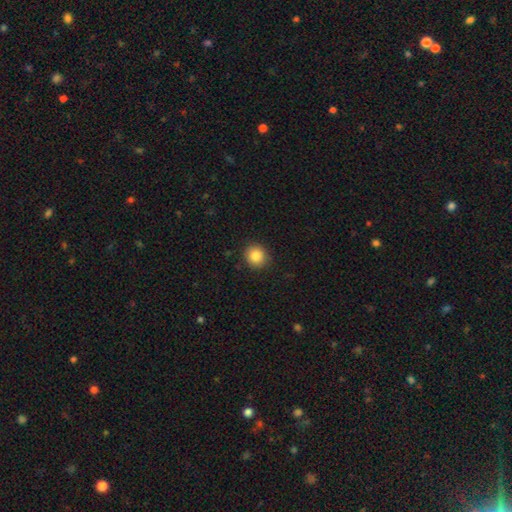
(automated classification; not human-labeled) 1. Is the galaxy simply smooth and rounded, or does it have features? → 85% smooth, 9% star or artifact, 5% featured or disk.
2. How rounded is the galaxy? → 88% round, 11% in between, 1% cigar-shaped.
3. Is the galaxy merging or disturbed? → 90% none, 7% minor disturbance, 2% major disturbance, 1% merger.